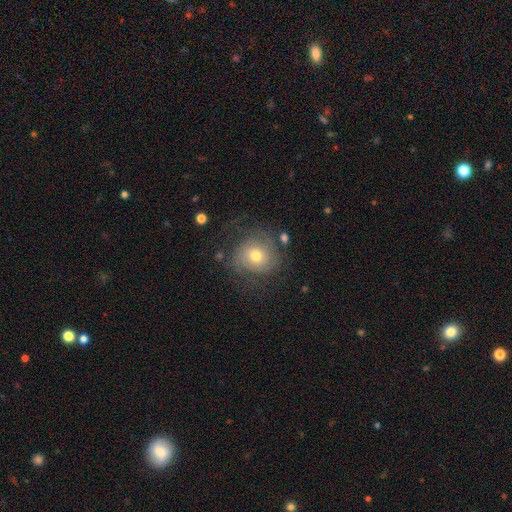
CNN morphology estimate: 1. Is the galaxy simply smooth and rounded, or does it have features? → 55% featured or disk, 36% smooth, 9% star or artifact.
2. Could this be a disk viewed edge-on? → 97% no, 3% yes.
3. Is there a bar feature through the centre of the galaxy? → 76% no, 20% weak, 4% strong.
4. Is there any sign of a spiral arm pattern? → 80% yes, 20% no.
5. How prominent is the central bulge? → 67% moderate, 24% small, 6% large, 1% dominant, 1% none.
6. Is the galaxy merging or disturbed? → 61% none, 19% minor disturbance, 18% major disturbance, 2% merger.